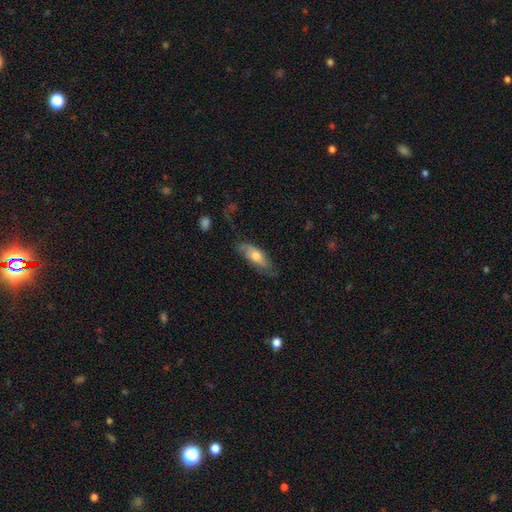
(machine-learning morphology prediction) Smooth or featured?
  - smooth: 61% *
  - featured or disk: 32%
  - star or artifact: 6%
How rounded?
  - in between: 66% *
  - cigar-shaped: 31%
  - round: 2%
Merging?
  - none: 64% *
  - minor disturbance: 26%
  - major disturbance: 8%
  - merger: 2%